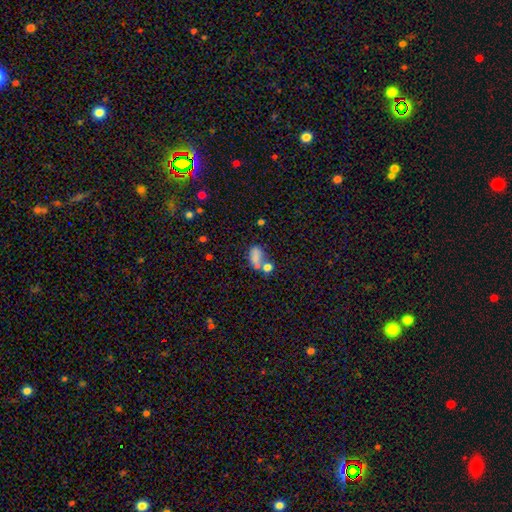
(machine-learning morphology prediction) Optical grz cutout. It shows a smooth galaxy with no disk features (73%) that is in between round and cigar-shaped (84%). Merging: merger (41%).